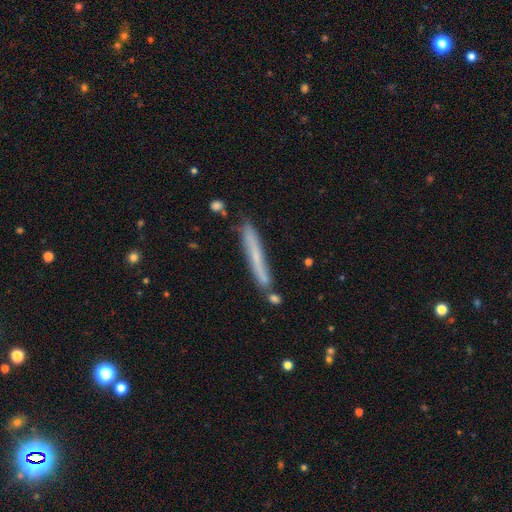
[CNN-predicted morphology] smooth-or-featured: smooth: 57% | featured or disk: 35% | star or artifact: 7%
  how-rounded: cigar-shaped: 96% | in between: 3% | round: 1%
  merging: none: 77% | minor disturbance: 14% | merger: 6% | major disturbance: 3%